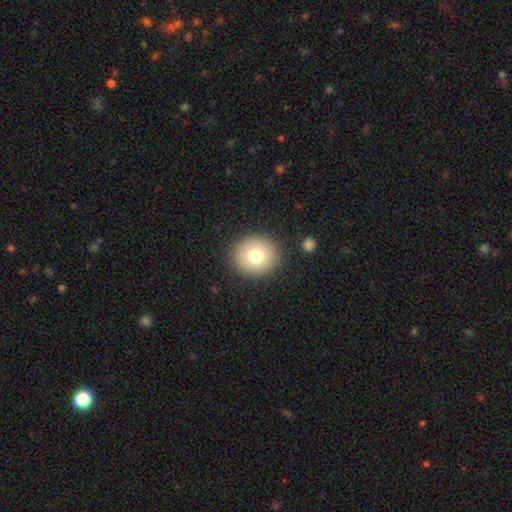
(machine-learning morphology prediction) smooth_or_featured: smooth (p=0.75) [alt: featured or disk p=0.14]
how_rounded: round (p=0.88) [alt: in between p=0.11]
merging: none (p=0.89) [alt: minor disturbance p=0.07]